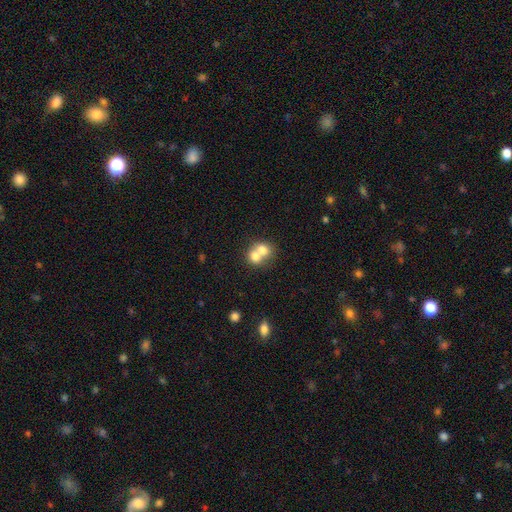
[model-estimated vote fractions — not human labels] This is likely a smooth galaxy (69%). How rounded: likely round (63%). Merging: likely merger (71%).